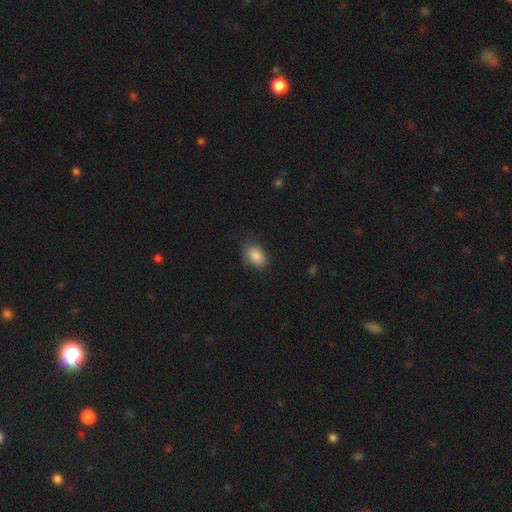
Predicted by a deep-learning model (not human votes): This appears to be a smooth galaxy with no disk features (86%) that is in between round and cigar-shaped (82%). Merging: none (77%).